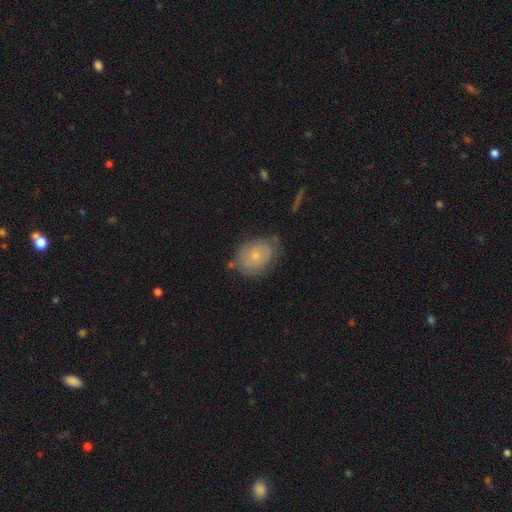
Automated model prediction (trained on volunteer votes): A smooth galaxy with no disk features (50%) that is in between round and cigar-shaped (56%). Merging: none (63%).